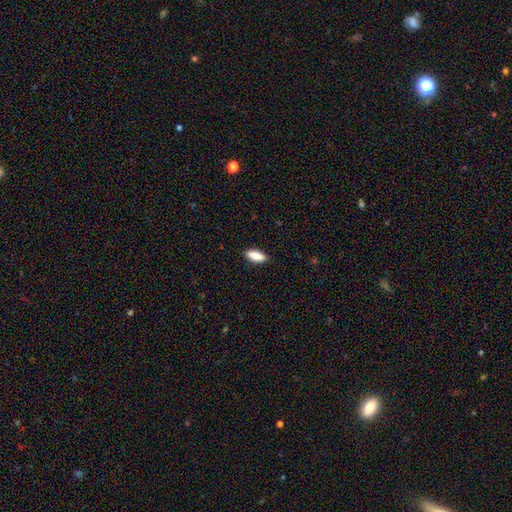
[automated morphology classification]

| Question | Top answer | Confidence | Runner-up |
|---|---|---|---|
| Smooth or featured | smooth | 84% | featured or disk (10%) |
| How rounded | in between | 74% | cigar-shaped (23%) |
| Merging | none | 89% | minor disturbance (9%) |